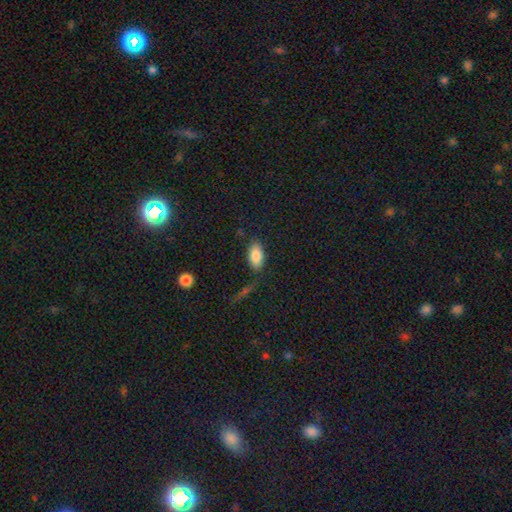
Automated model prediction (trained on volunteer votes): This is clearly a smooth galaxy (84%). How rounded: clearly in between (92%). Merging: clearly none (81%).